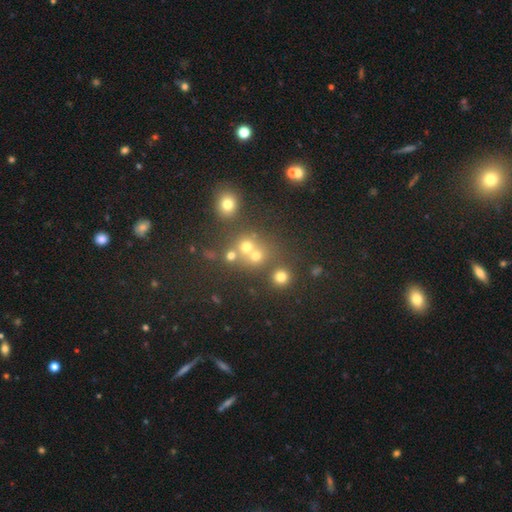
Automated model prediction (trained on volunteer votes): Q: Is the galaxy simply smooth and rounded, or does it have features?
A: smooth — 68%.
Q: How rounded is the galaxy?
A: round — 83%.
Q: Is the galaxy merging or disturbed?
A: none — 58%.